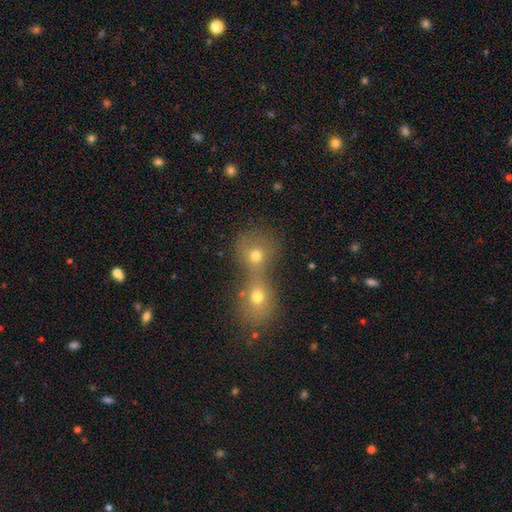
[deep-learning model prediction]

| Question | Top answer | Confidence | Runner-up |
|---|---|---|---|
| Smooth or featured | smooth | 70% | star or artifact (15%) |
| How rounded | round | 78% | in between (21%) |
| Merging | merger | 67% | none (25%) |